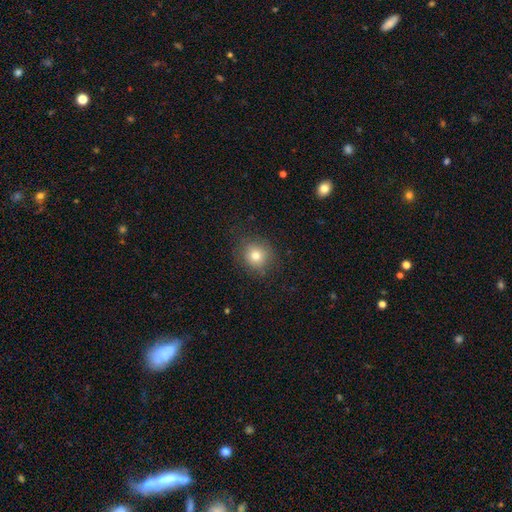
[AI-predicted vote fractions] Smooth or featured?
  - smooth: 78% *
  - star or artifact: 12%
  - featured or disk: 10%
How rounded?
  - round: 87% *
  - in between: 12%
  - cigar-shaped: 1%
Merging?
  - none: 83% *
  - minor disturbance: 12%
  - major disturbance: 4%
  - merger: 1%